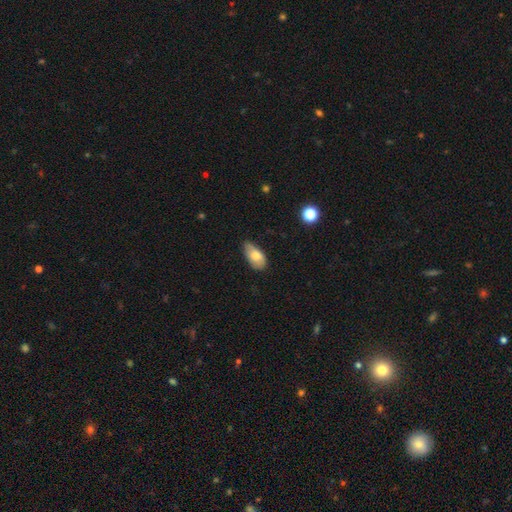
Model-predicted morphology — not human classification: smooth_or_featured: smooth (p=0.74) [alt: featured or disk p=0.18]
how_rounded: in between (p=0.93) [alt: round p=0.04]
merging: none (p=0.54) [alt: minor disturbance p=0.37]